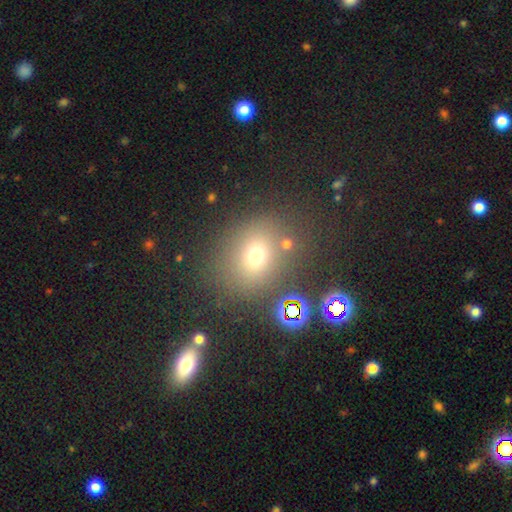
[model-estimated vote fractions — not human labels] smooth_or_featured: smooth (p=0.68) [alt: star or artifact p=0.21]
how_rounded: round (p=0.63) [alt: in between p=0.36]
merging: none (p=0.77) [alt: minor disturbance p=0.11]